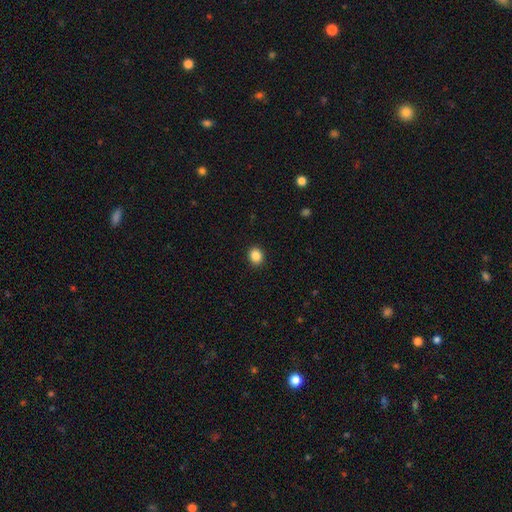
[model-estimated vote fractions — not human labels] A smooth galaxy with no disk features (86%) that is round (64%).

Vote fractions:
- Smooth or featured? smooth: 86% / star or artifact: 10% / featured or disk: 4%
- How rounded? round: 64% / in between: 35% / cigar-shaped: 1%
- Merging? none: 91% / minor disturbance: 6% / major disturbance: 2% / merger: 1%